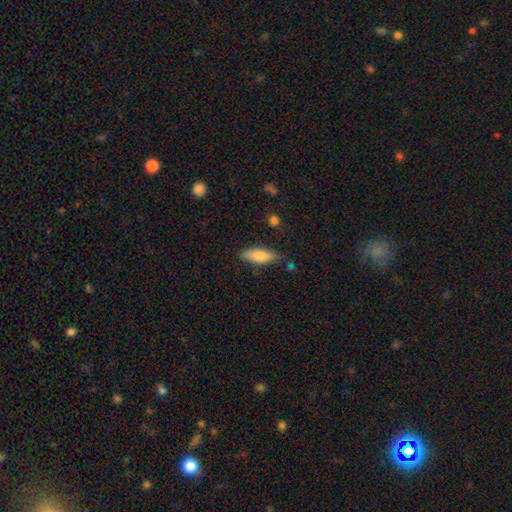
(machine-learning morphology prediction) smooth_or_featured: smooth (p=0.71) [alt: featured or disk p=0.23]
how_rounded: in between (p=0.53) [alt: cigar-shaped p=0.45]
merging: none (p=0.80) [alt: minor disturbance p=0.15]